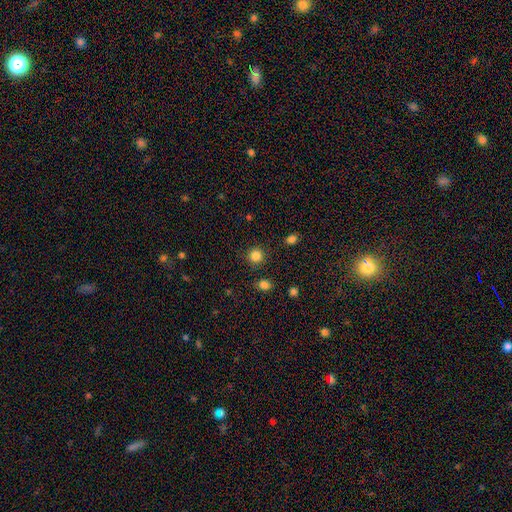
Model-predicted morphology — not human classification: Smooth or featured? Predicted: smooth (p=0.85). How rounded? Predicted: round (p=0.93). Merging? Predicted: none (p=0.89).